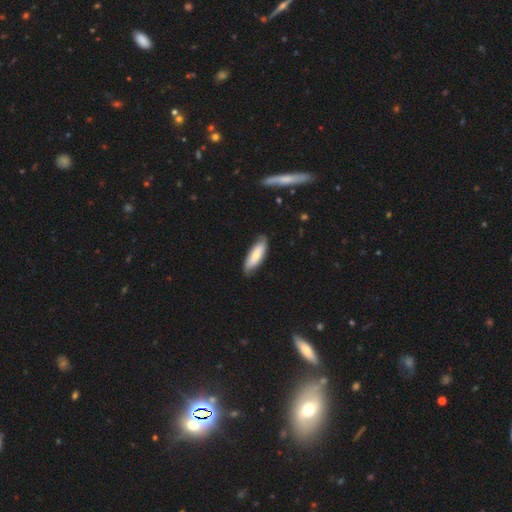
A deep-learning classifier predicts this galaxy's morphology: The model was most divided on "how rounded": in between: 56%, cigar-shaped: 42%, round: 2%. More confident: merging — none (81%); smooth or featured — smooth (69%).